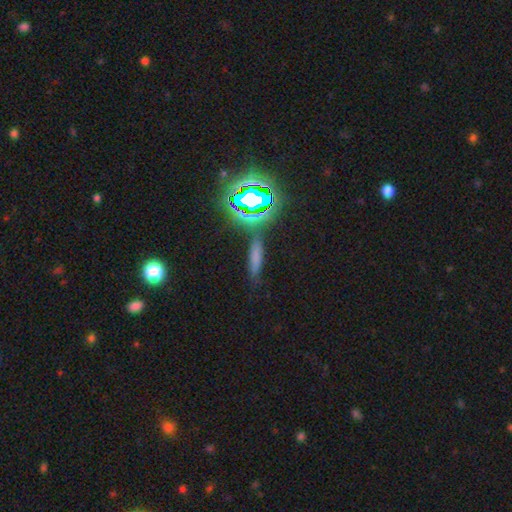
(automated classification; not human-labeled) Smooth or featured?
  - smooth: 56% *
  - star or artifact: 29%
  - featured or disk: 15%
How rounded?
  - cigar-shaped: 76% *
  - in between: 19%
  - round: 5%
Merging?
  - none: 78% *
  - minor disturbance: 13%
  - merger: 5%
  - major disturbance: 4%